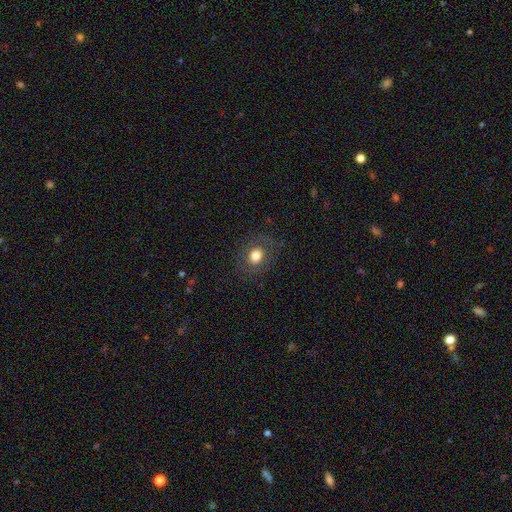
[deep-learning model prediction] Smooth or featured: smooth — 75% (featured or disk — 14%)
How rounded: round — 70% (in between — 29%)
Merging: none — 83% (minor disturbance — 11%)